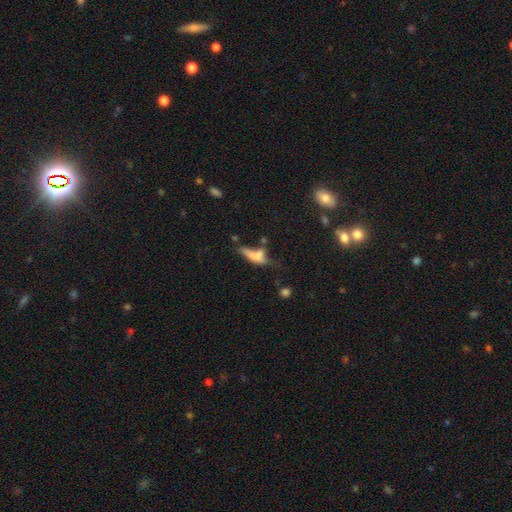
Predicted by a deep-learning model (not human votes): The model was most divided on "how rounded": cigar-shaped: 50%, in between: 46%, round: 4%. Remaining: smooth or featured — smooth (60%); merging — none (30%).